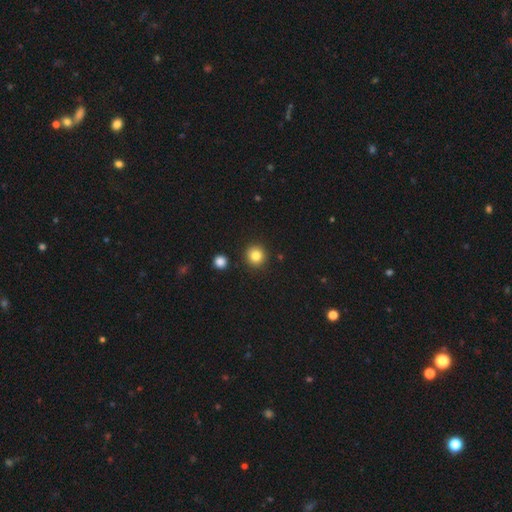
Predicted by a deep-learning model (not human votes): This is clearly a smooth galaxy (83%). How rounded: clearly round (93%). Merging: clearly none (90%).